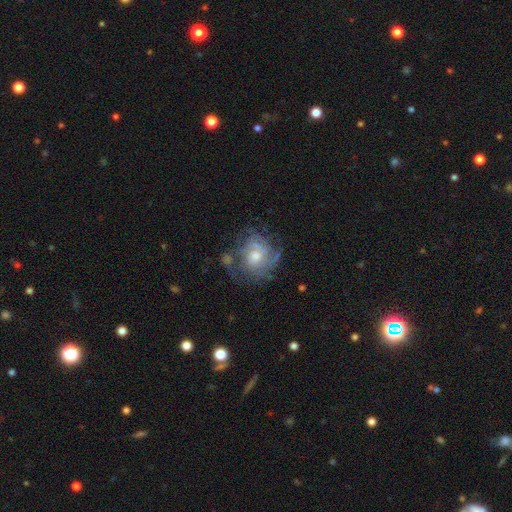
smooth_or_featured: featured or disk (p=0.82) [alt: smooth p=0.13]
disk_edge_on: no (p=1.00)
bar: no (p=0.78) [alt: weak p=0.19]
has_spiral_arms: yes (p=0.91) [alt: no p=0.09]
spiral_winding: tight (p=0.48) [alt: medium p=0.34]
spiral_arm_count: can't tell (p=0.59) [alt: 2 p=0.14]
bulge_size: moderate (p=0.53) [alt: small p=0.38]
merging: none (p=0.62) [alt: major disturbance p=0.22]